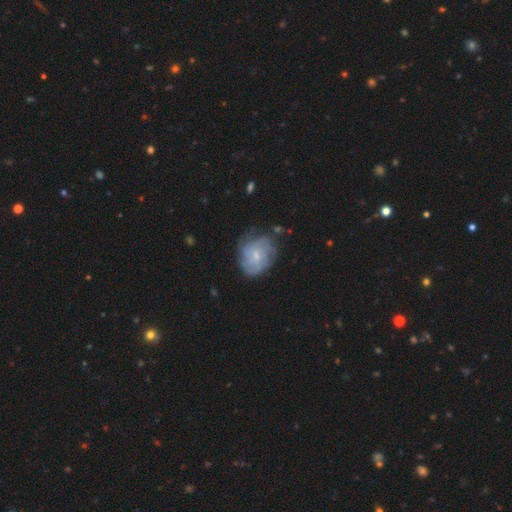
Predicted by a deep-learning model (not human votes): Smooth or featured? featured or disk (65%)
Edge-on disk? no (98%)
Bar? no (65%)
Spiral arms? yes (85%)
Spiral winding? tight (55%)
Spiral arm count? can't tell (50%)
Bulge size? small (65%)
Merging? none (64%)